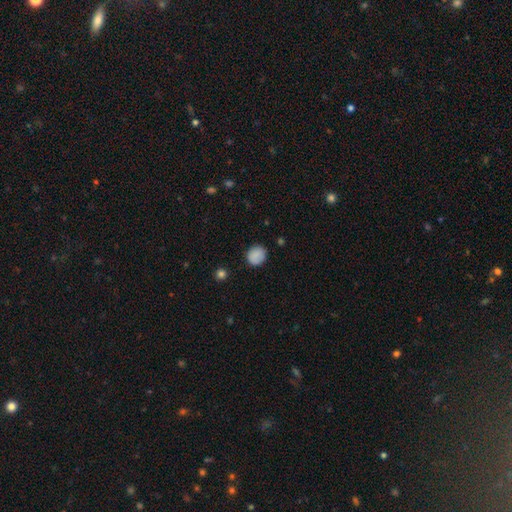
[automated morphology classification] A smooth galaxy with no disk features (87%) that is round (80%). Merging: none (85%).